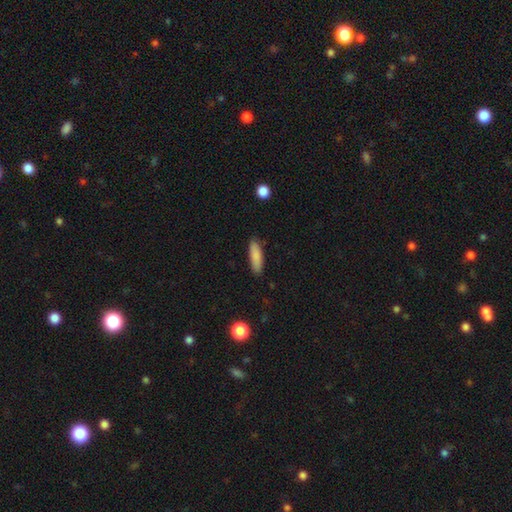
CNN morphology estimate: type=smooth (86%); roundness=cigar-shaped (59%); merging=none (87%).